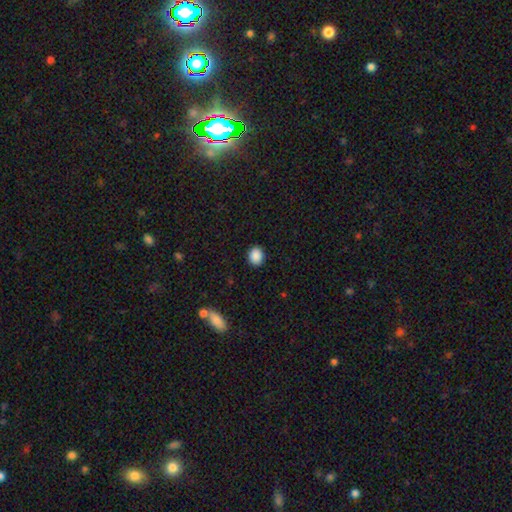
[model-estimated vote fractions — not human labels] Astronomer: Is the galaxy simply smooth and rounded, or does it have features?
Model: smooth — 89%.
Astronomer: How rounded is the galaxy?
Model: round — 67%.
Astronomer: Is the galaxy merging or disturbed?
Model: none — 91%.